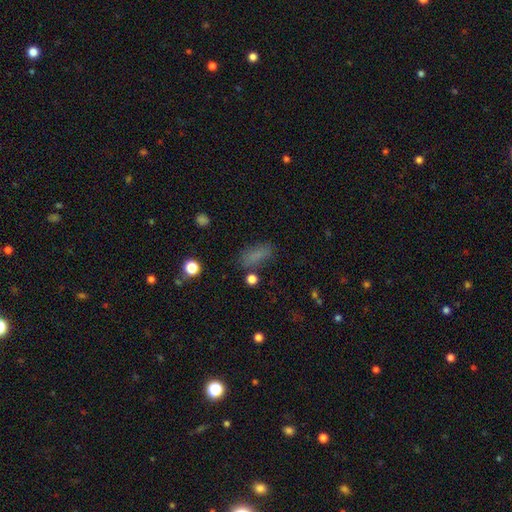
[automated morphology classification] Smooth or featured: smooth — 76% (star or artifact — 15%)
How rounded: in between — 69% (cigar-shaped — 25%)
Merging: none — 71% (minor disturbance — 17%)